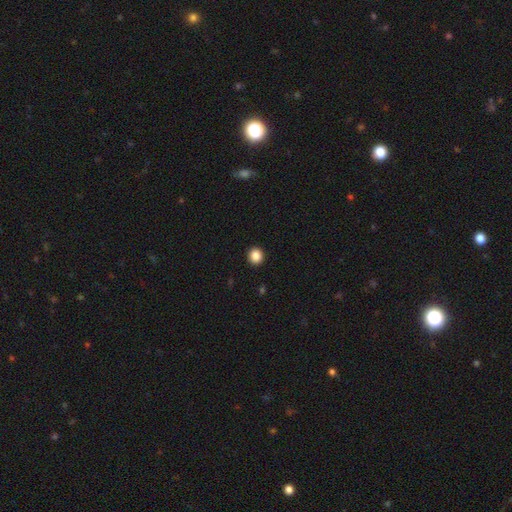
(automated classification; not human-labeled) smooth 87%, star or artifact 10%, featured or disk 3%. Down the decision tree: how rounded — round (87%); merging — none (93%).